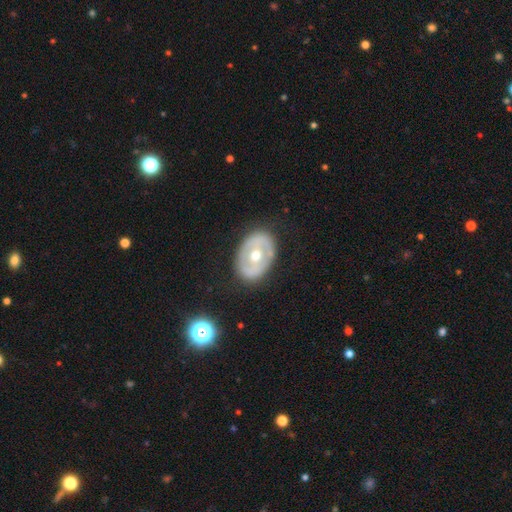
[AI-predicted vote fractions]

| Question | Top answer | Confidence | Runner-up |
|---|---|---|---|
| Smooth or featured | featured or disk | 64% | smooth (30%) |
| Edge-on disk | no | 93% | yes (7%) |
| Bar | no | 60% | weak (24%) |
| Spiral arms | no | 77% | yes (23%) |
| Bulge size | moderate | 68% | small (28%) |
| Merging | none | 81% | minor disturbance (13%) |